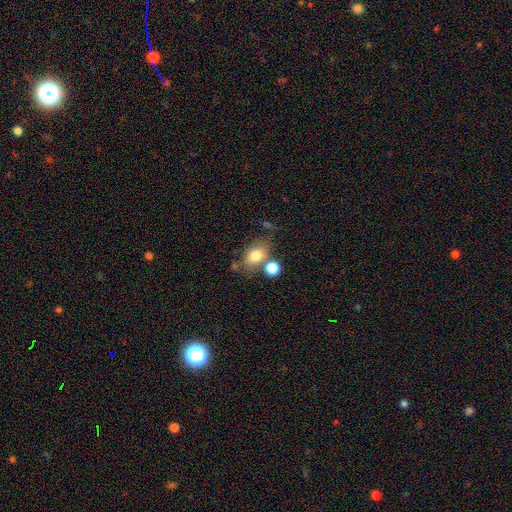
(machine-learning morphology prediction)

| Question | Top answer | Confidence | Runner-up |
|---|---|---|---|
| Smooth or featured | smooth | 76% | featured or disk (14%) |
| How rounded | in between | 72% | round (26%) |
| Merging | none | 54% | merger (22%) |